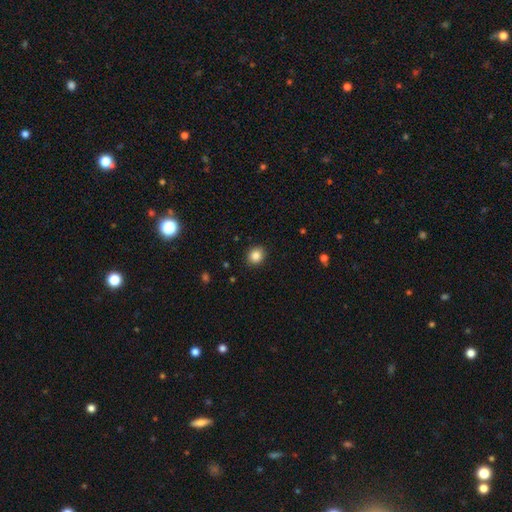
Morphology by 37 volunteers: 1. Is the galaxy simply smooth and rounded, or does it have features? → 92% smooth, 5% star or artifact, 3% featured or disk.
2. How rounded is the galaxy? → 68% round, 32% in between, 0% cigar-shaped.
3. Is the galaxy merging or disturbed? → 89% none, 9% minor disturbance, 3% major disturbance, 0% merger.